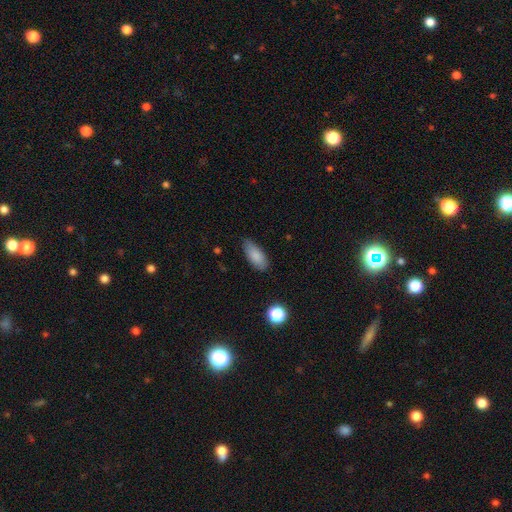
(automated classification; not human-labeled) Morphology: type=smooth (85%); roundness=in between (80%); merging=none (78%).